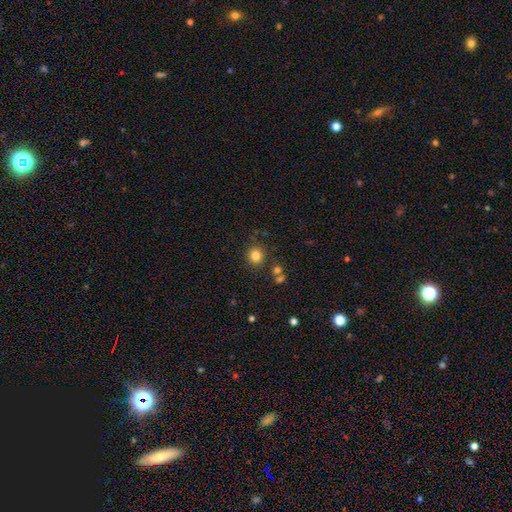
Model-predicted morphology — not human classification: A smooth galaxy with no disk features (81%) that is round (90%). Merging: none (84%).